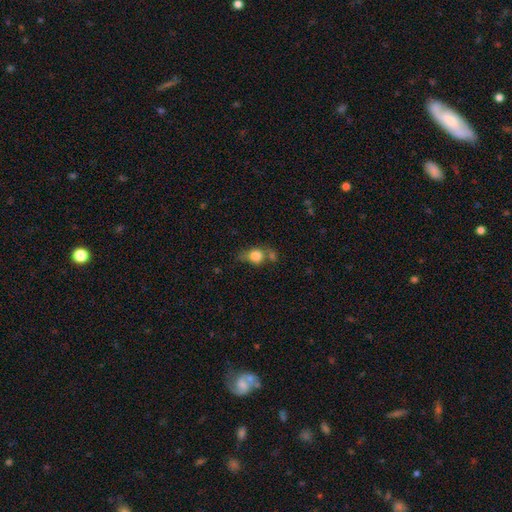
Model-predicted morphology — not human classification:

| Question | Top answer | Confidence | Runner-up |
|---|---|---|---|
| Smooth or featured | smooth | 78% | featured or disk (12%) |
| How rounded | round | 58% | in between (39%) |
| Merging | none | 40% | merger (25%) |